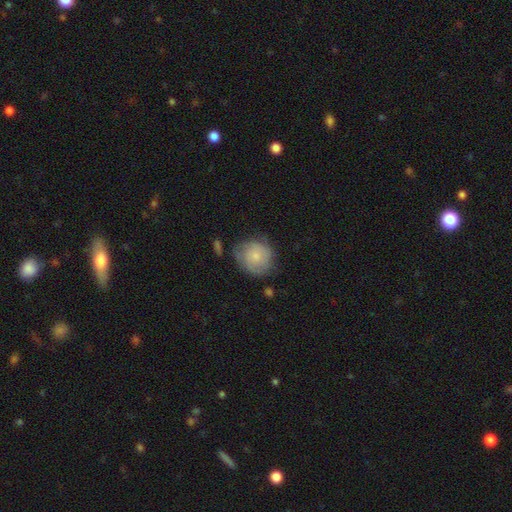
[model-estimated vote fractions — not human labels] Morphology: type=smooth (59%); roundness=round (83%); merging=none (62%).